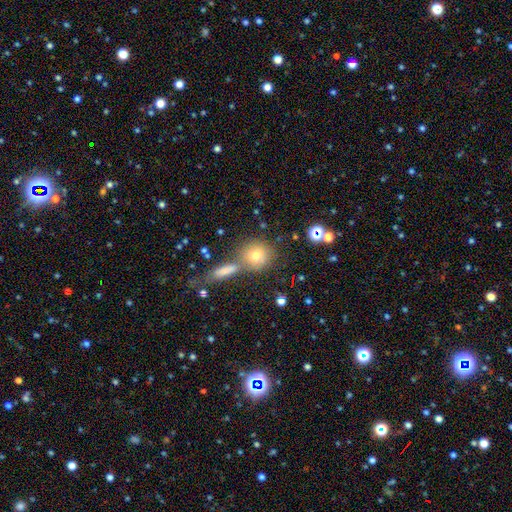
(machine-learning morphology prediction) smooth 72%, featured or disk 14%, star or artifact 14%. Down the decision tree: how rounded — round (86%); merging — none (62%).